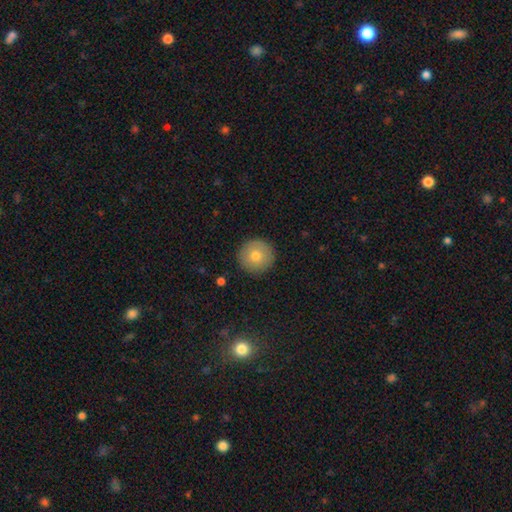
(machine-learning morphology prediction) The model was most divided on "smooth or featured": smooth: 76%, featured or disk: 15%, star or artifact: 9%. More confident: how rounded — round (96%); merging — none (92%).